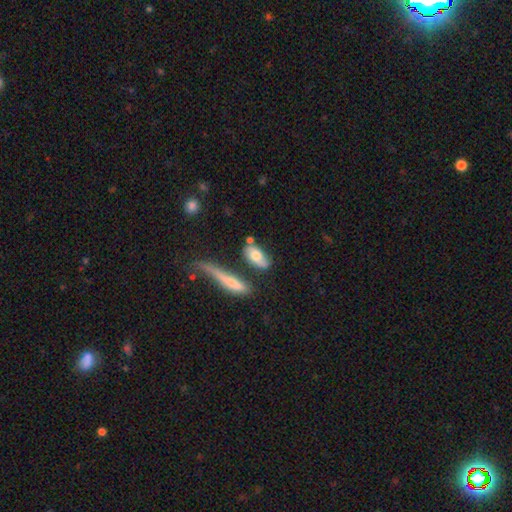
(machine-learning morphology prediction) Q: Smooth or featured?
A: smooth (56%); runner-up: featured or disk (37%)
Q: How rounded?
A: in between (80%); runner-up: cigar-shaped (14%)
Q: Merging?
A: none (56%); runner-up: minor disturbance (20%)